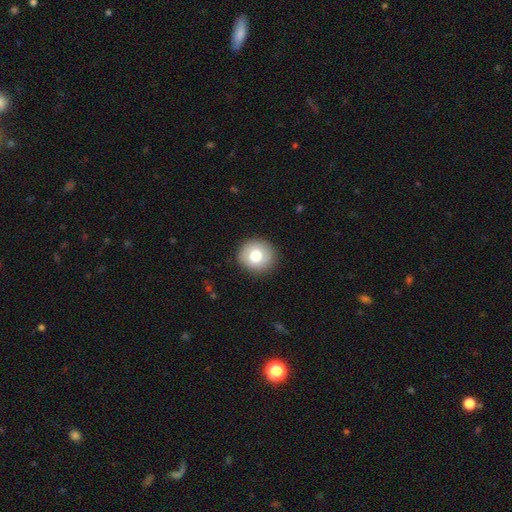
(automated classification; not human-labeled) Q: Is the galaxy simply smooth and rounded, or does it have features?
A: smooth — 77%.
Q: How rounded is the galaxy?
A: round — 88%.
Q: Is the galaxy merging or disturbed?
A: none — 89%.